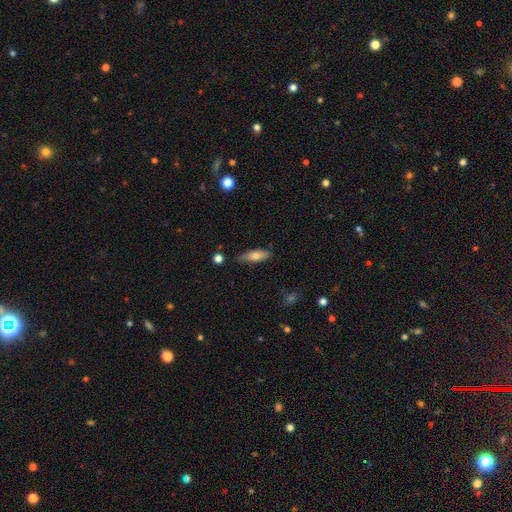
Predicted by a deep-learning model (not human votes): This is likely a smooth galaxy (71%). How rounded: possibly in between (56%). Merging: likely none (76%).